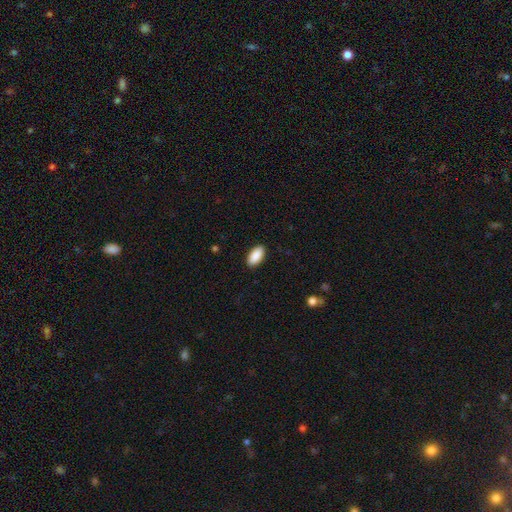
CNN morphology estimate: Smooth or featured: smooth — 91% (star or artifact — 6%)
How rounded: in between — 94% (cigar-shaped — 4%)
Merging: none — 90% (minor disturbance — 8%)